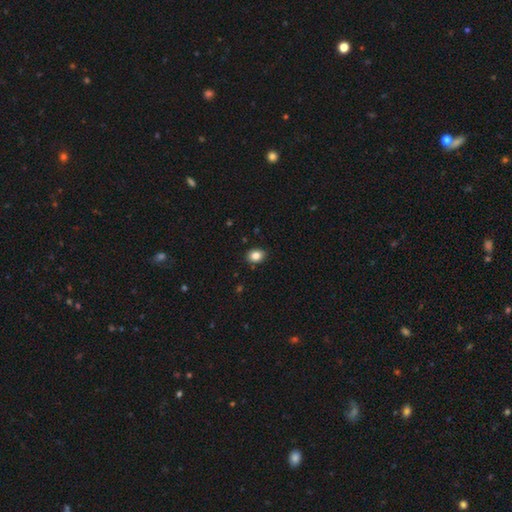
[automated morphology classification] type=smooth (85%); roundness=in between (56%); merging=none (88%).